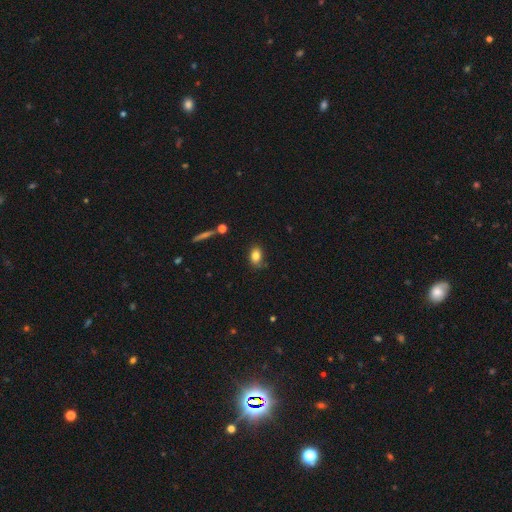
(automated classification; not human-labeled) Smooth or featured? smooth (82%)
How rounded? in between (75%)
Merging? none (73%)